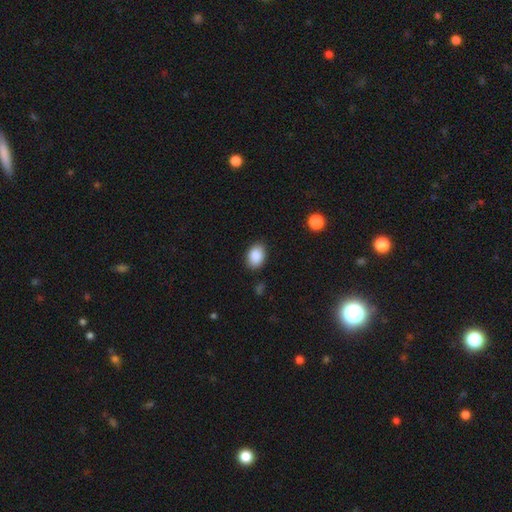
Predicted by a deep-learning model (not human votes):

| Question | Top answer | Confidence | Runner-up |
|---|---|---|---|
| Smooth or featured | smooth | 89% | star or artifact (7%) |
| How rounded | in between | 80% | round (19%) |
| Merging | none | 85% | minor disturbance (11%) |